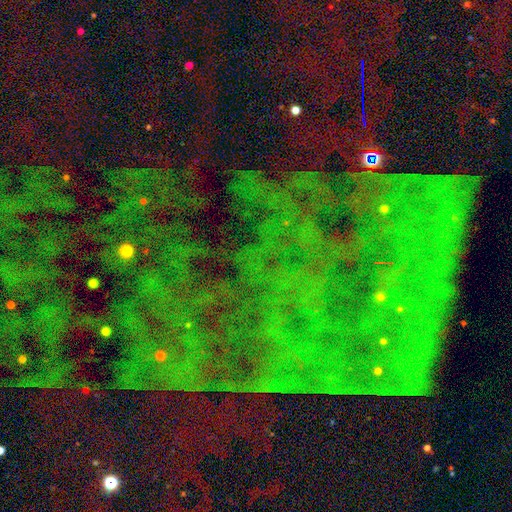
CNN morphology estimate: The model was most divided on "smooth or featured": star or artifact: 86%, featured or disk: 7%, smooth: 7%.